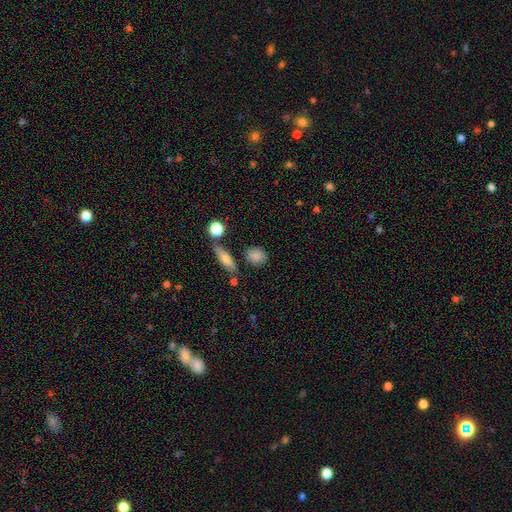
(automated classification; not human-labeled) smooth 84%, star or artifact 9%, featured or disk 7%. Down the decision tree: how rounded — round (57%); merging — none (75%).